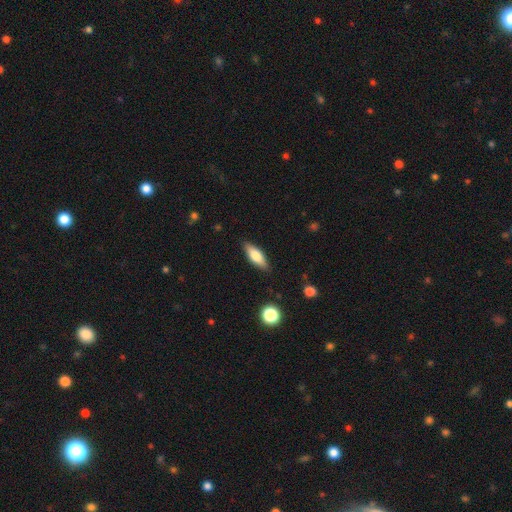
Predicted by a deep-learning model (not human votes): smooth-or-featured: smooth: 68% | featured or disk: 26% | star or artifact: 6%
  how-rounded: in between: 60% | cigar-shaped: 37% | round: 2%
  merging: none: 87% | minor disturbance: 10% | major disturbance: 2% | merger: 1%